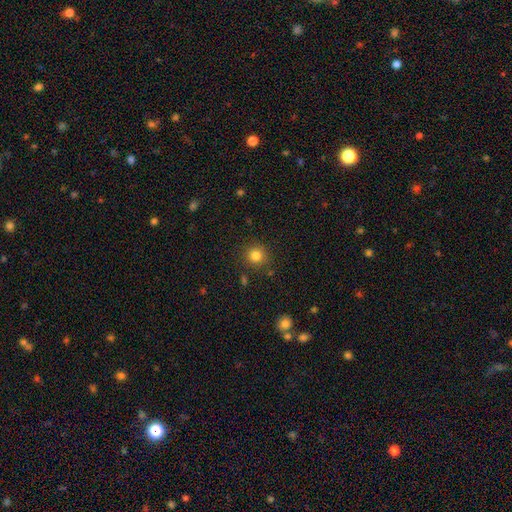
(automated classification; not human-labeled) smooth 82%, star or artifact 12%, featured or disk 5%. Down the decision tree: how rounded — round (92%); merging — none (86%).